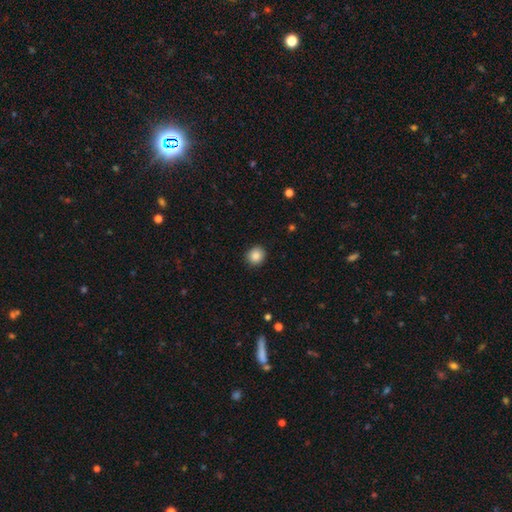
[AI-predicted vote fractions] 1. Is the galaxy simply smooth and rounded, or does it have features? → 87% smooth, 9% star or artifact, 3% featured or disk.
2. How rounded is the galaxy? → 87% round, 12% in between, 1% cigar-shaped.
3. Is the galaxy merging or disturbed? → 91% none, 6% minor disturbance, 2% major disturbance, 1% merger.